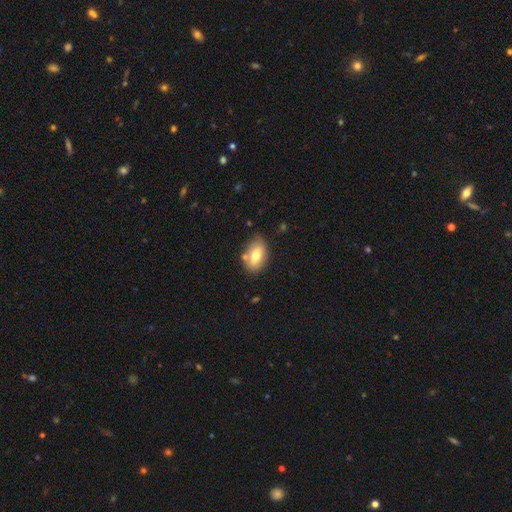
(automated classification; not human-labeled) This appears to be a smooth galaxy with no disk features (70%) that is in between round and cigar-shaped (88%). Merging: none (71%).